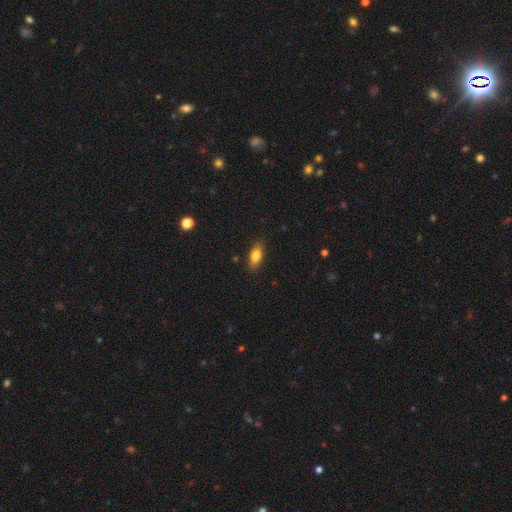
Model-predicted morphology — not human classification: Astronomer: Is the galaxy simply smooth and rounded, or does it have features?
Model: smooth — 82%.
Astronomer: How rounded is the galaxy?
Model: in between — 85%.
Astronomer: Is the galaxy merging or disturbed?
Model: none — 85%.